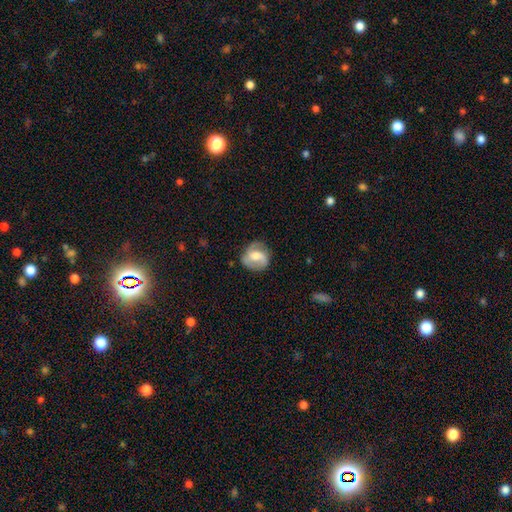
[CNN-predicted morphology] The model was most divided on "bar": weak: 46%, no: 33%, strong: 21%. Remaining: edge-on disk — no (97%); spiral arms — yes (86%); spiral arm count — 2 (77%); merging — none (70%); smooth or featured — featured or disk (61%); bulge size — moderate (56%); spiral winding — medium (45%).